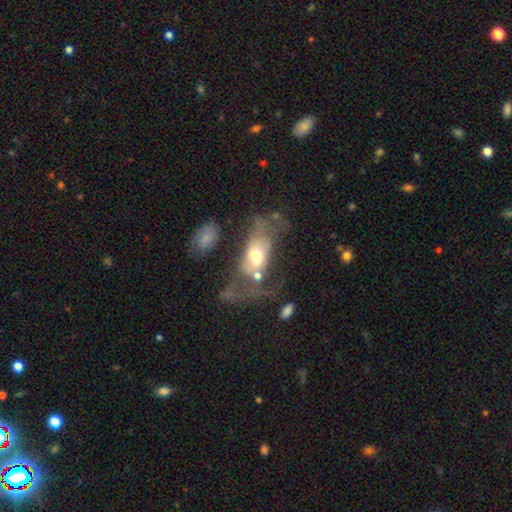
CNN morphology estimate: A featured or disk galaxy (49%).

Vote fractions:
- Smooth or featured? featured or disk: 49% / smooth: 42% / star or artifact: 9%
- Merging? major disturbance: 45% / merger: 21% / none: 20% / minor disturbance: 14%